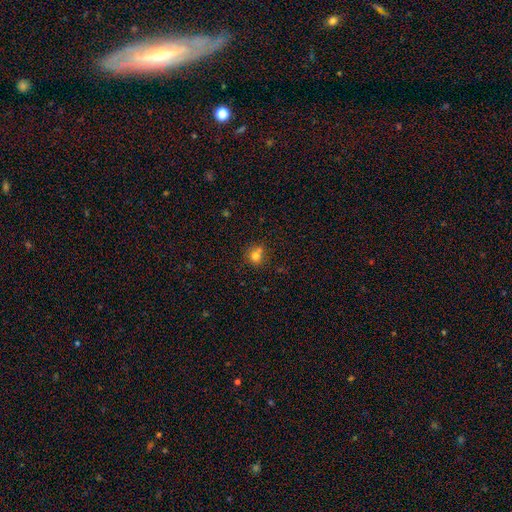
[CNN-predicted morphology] Smooth or featured? Predicted: smooth (p=0.75). How rounded? Predicted: round (p=0.82). Merging? Predicted: none (p=0.57).